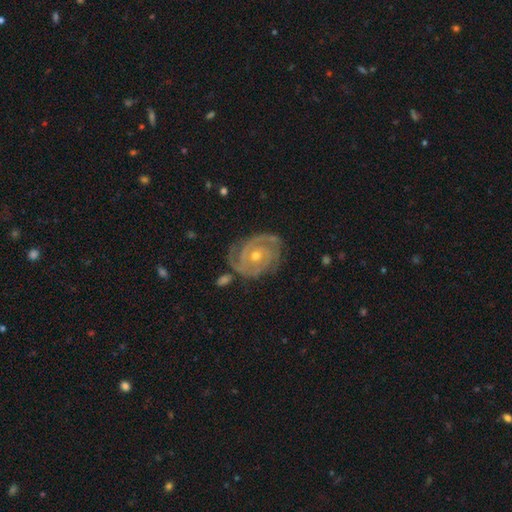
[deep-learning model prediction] This is clearly a featured or disk galaxy (91%). It is clearly not viewed edge-on (98%). Bar: likely no (68%). Spiral arm pattern: clearly yes (98%). Spiral arm count: possibly 2 (50%). Spiral winding: likely tight (77%). Central bulge: possibly moderate (54%). Merging: likely none (76%).